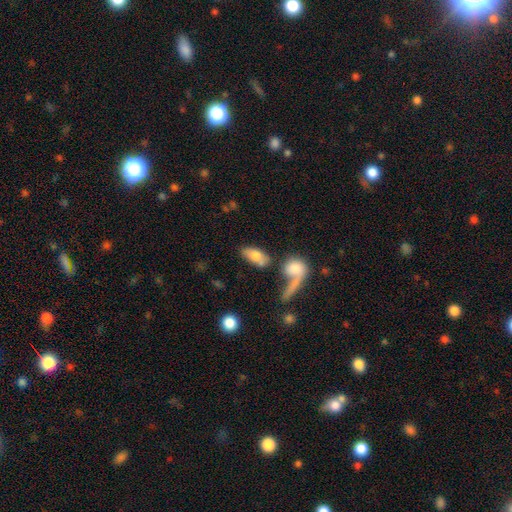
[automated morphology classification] Smooth or featured? smooth (73%)
How rounded? in between (86%)
Merging? none (52%)